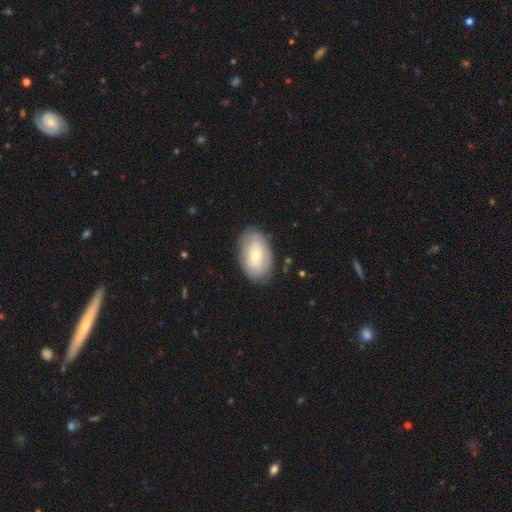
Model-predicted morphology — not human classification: A smooth galaxy with no disk features (50%).

Vote fractions:
- Smooth or featured? smooth: 50% / featured or disk: 44% / star or artifact: 6%
- Merging? none: 80% / minor disturbance: 15% / major disturbance: 4% / merger: 1%